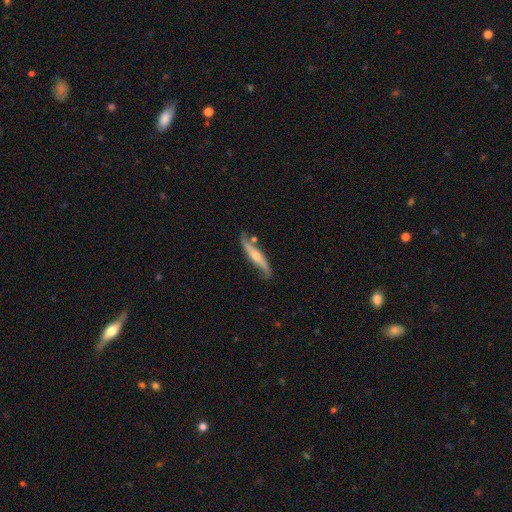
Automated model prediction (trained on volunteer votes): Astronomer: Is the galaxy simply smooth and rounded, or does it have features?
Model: featured or disk — 65%.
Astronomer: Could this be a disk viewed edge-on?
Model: yes — 63%.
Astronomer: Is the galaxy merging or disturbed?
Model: none — 64%.